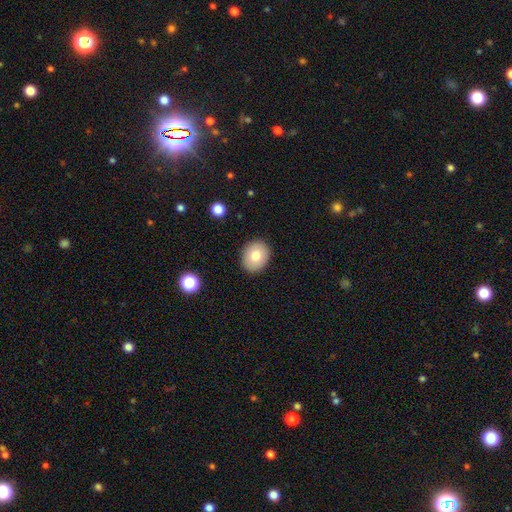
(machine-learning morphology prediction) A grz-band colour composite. It shows a smooth galaxy with no disk features (80%) that is round (51%). Merging: none (89%).